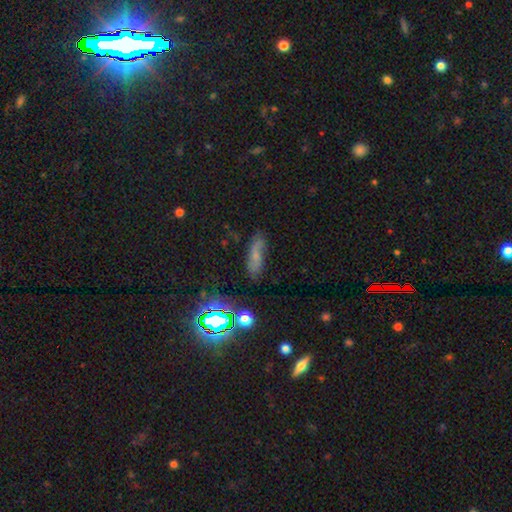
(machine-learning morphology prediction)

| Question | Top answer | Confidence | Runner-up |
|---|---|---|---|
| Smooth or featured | smooth | 52% | featured or disk (27%) |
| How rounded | cigar-shaped | 47% | tied: in between (47%) |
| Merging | none | 62% | minor disturbance (25%) |